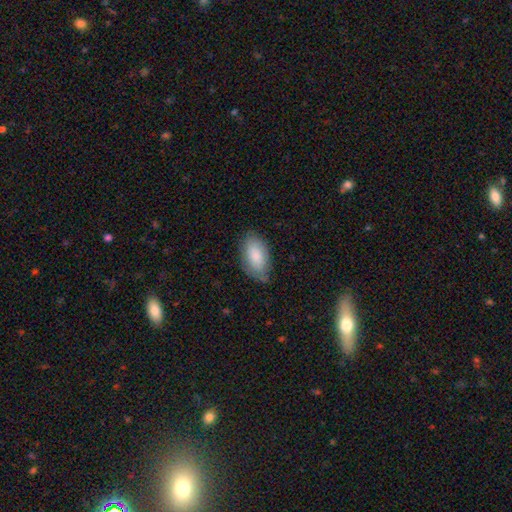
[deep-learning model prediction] The model was most divided on "merging": none: 71%, minor disturbance: 23%, major disturbance: 4%, merger: 2%. More confident: how rounded — in between (95%); smooth or featured — smooth (83%).